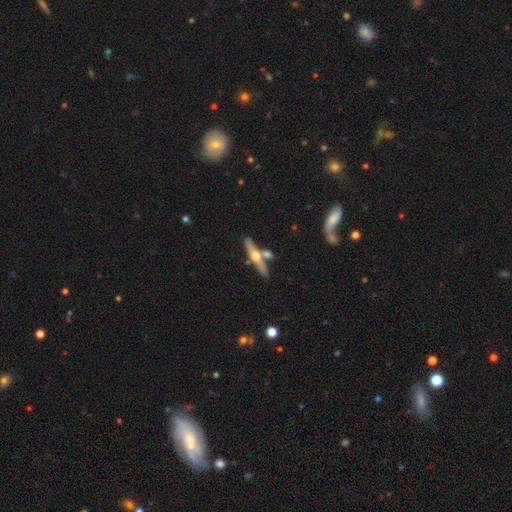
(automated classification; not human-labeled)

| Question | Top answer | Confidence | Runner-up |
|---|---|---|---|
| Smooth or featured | featured or disk | 69% | smooth (26%) |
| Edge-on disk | yes | 93% | no (7%) |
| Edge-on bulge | rounded | 93% | none (4%) |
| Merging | none | 69% | merger (17%) |